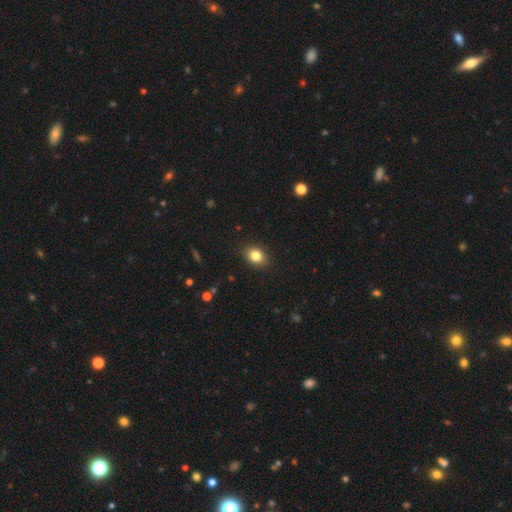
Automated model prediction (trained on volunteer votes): This appears to be a smooth galaxy with no disk features (82%) that is in between round and cigar-shaped (58%). Merging: none (88%).